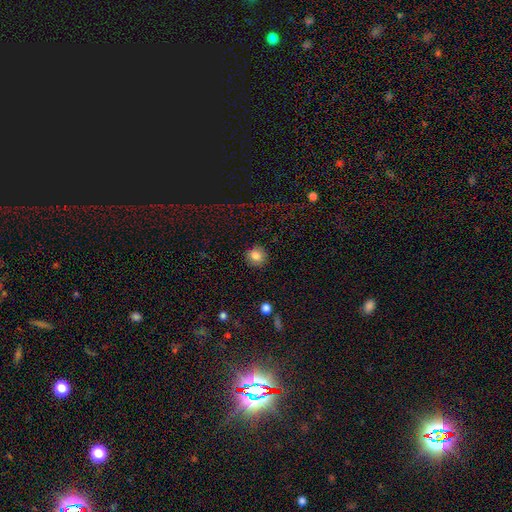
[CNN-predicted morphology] smooth-or-featured: smooth: 83% | star or artifact: 10% | featured or disk: 7%
  how-rounded: round: 86% | in between: 13% | cigar-shaped: 1%
  merging: none: 89% | minor disturbance: 7% | major disturbance: 2% | merger: 1%